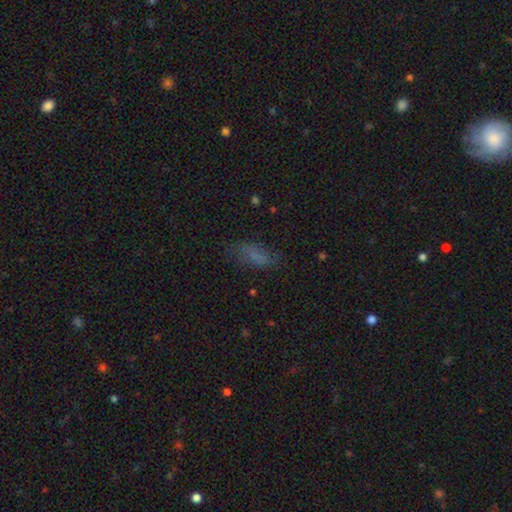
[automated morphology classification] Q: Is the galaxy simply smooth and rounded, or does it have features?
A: smooth — 66%.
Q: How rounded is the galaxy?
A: in between — 75%.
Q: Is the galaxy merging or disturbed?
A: none — 63%.